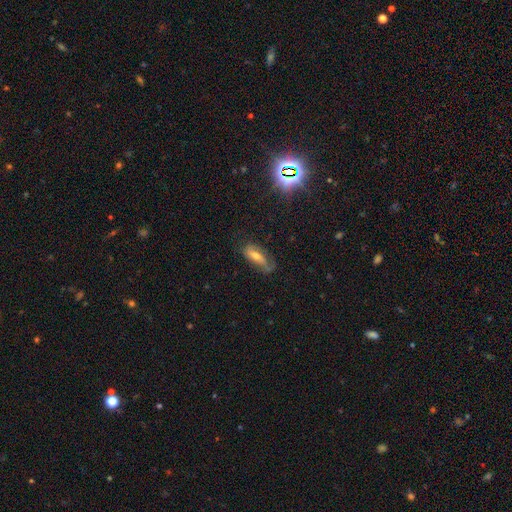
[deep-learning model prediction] Smooth or featured? Predicted: featured or disk (p=0.47). Merging? Predicted: none (p=0.54).